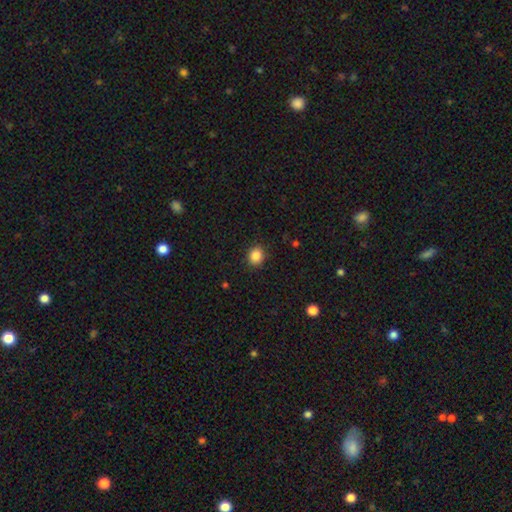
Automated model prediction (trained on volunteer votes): A smooth galaxy with no disk features (86%) that is round (67%).

Vote fractions:
- Smooth or featured? smooth: 86% / star or artifact: 10% / featured or disk: 4%
- How rounded? round: 67% / in between: 32% / cigar-shaped: 1%
- Merging? none: 88% / minor disturbance: 9% / major disturbance: 2% / merger: 1%